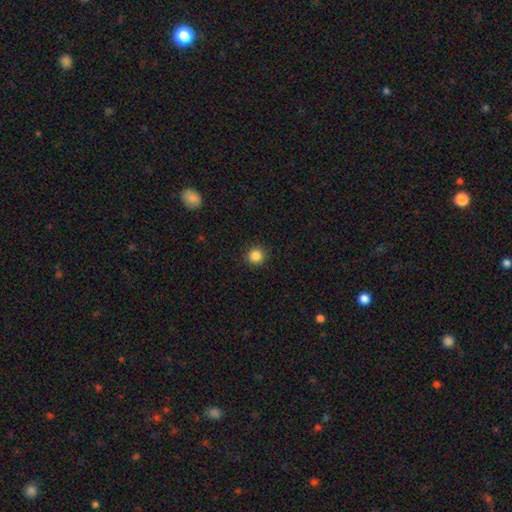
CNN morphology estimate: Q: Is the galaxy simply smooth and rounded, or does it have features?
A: smooth — 86%.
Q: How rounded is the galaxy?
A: round — 94%.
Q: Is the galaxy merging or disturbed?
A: none — 92%.